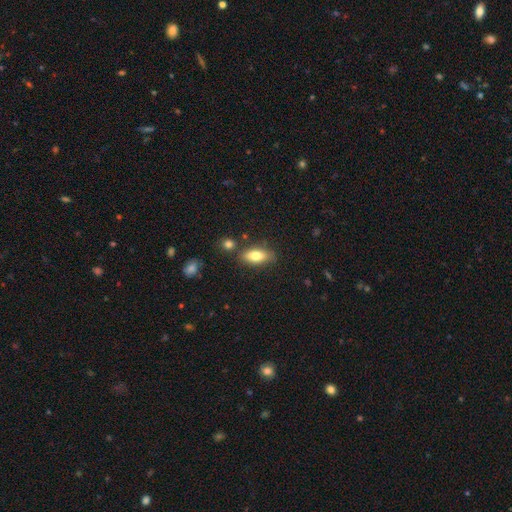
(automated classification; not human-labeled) smooth_or_featured: smooth (p=0.76) [alt: featured or disk p=0.16]
how_rounded: in between (p=0.82) [alt: cigar-shaped p=0.14]
merging: none (p=0.76) [alt: minor disturbance p=0.15]